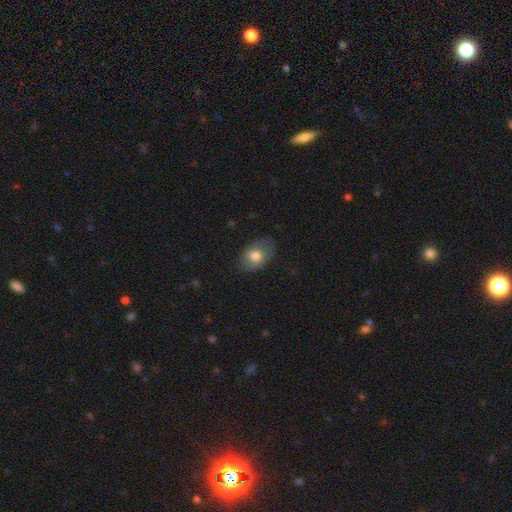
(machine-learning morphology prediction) smooth_or_featured: smooth (p=0.74) [alt: featured or disk p=0.18]
how_rounded: in between (p=0.81) [alt: round p=0.18]
merging: none (p=0.77) [alt: minor disturbance p=0.18]